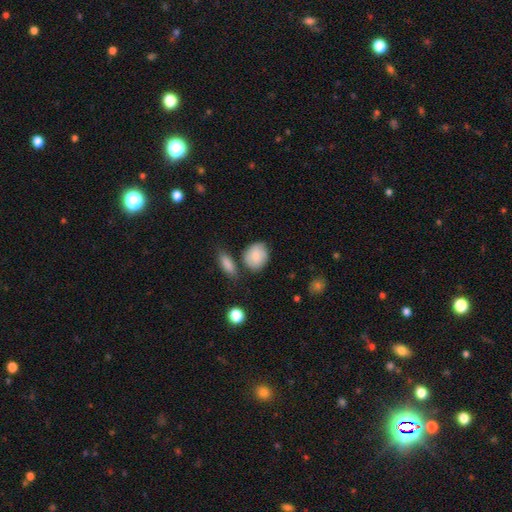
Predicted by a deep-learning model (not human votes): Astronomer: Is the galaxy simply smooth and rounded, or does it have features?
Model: smooth — 80%.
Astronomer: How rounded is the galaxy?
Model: round — 54% (runner-up: in between, 45%).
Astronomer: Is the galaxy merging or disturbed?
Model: none — 67%.